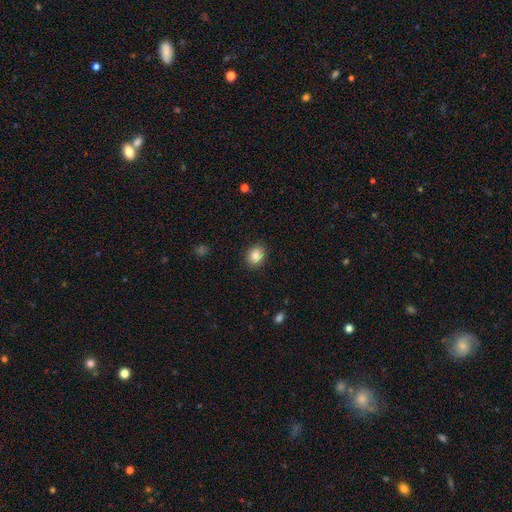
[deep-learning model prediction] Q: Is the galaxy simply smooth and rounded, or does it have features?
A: smooth — 85%.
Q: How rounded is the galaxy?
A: round — 55%.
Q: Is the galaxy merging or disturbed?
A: none — 89%.